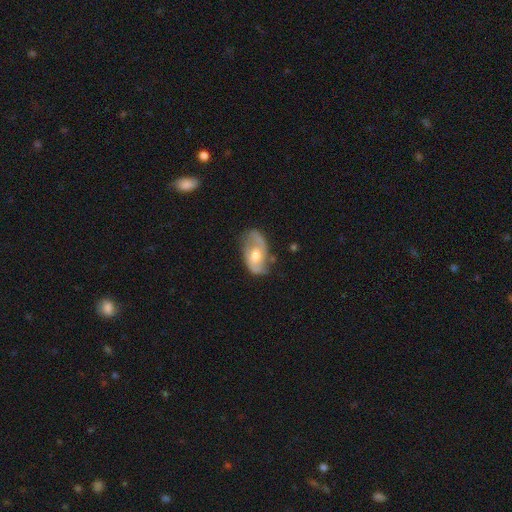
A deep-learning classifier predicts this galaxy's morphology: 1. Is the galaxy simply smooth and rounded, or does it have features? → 69% featured or disk, 25% smooth, 6% star or artifact.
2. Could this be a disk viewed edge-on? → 95% no, 5% yes.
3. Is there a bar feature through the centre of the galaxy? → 52% no, 39% weak, 9% strong.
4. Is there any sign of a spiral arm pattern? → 81% yes, 19% no.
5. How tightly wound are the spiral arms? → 43% medium, 35% loose, 22% tight.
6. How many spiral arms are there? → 75% 2, 12% can't tell, 9% 1, 1% 3, 1% 4, 1% more than 4.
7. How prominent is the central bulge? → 70% moderate, 18% small, 9% large, 2% none, 1% dominant.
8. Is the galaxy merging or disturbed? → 59% none, 27% minor disturbance, 12% major disturbance, 3% merger.